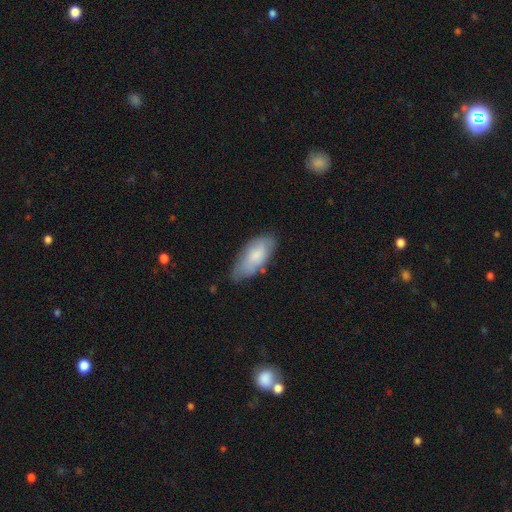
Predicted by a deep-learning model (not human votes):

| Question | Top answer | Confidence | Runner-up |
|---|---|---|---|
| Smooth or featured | smooth | 76% | featured or disk (18%) |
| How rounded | in between | 88% | cigar-shaped (10%) |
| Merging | none | 62% | minor disturbance (30%) |